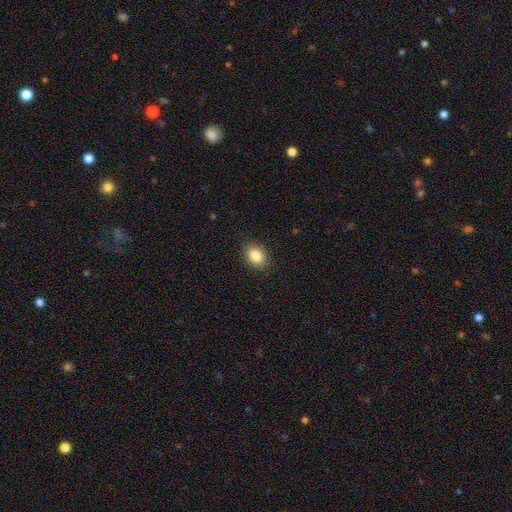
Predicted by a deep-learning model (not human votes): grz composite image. It shows a smooth galaxy with no disk features (86%) that is in between round and cigar-shaped (70%). Merging: none (88%).